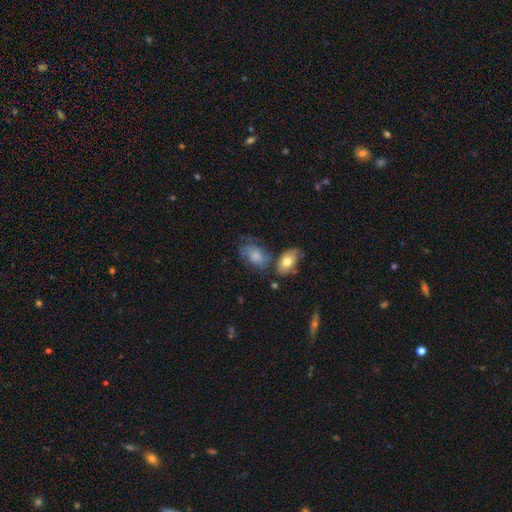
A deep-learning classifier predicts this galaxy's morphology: A smooth galaxy with no disk features (62%) that is in between round and cigar-shaped (85%).

Vote fractions:
- Smooth or featured? smooth: 62% / featured or disk: 29% / star or artifact: 8%
- How rounded? in between: 85% / round: 13% / cigar-shaped: 2%
- Merging? none: 44% / minor disturbance: 26% / merger: 15% / major disturbance: 14%